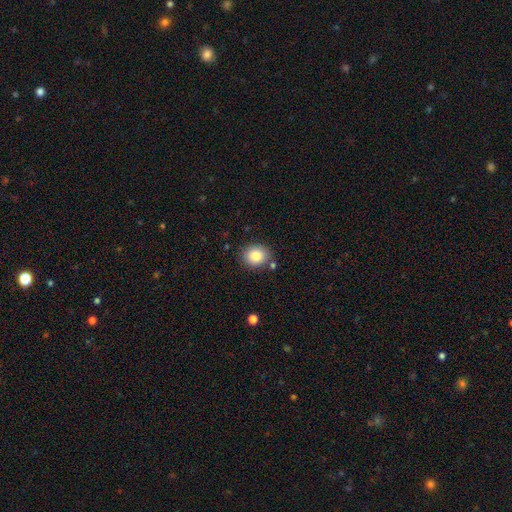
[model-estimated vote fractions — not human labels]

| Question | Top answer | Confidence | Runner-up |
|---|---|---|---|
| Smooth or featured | smooth | 85% | star or artifact (9%) |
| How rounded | round | 70% | in between (29%) |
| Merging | none | 83% | minor disturbance (10%) |